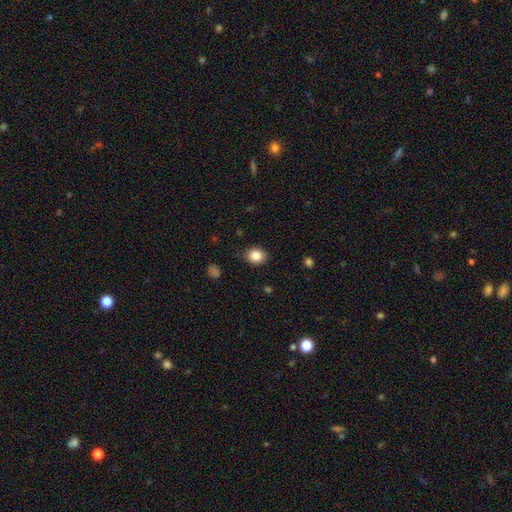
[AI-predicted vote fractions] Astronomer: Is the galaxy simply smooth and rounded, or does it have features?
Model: smooth — 86%.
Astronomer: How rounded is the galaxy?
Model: round — 62% (runner-up: in between, 37%).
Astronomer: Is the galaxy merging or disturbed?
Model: none — 85%.